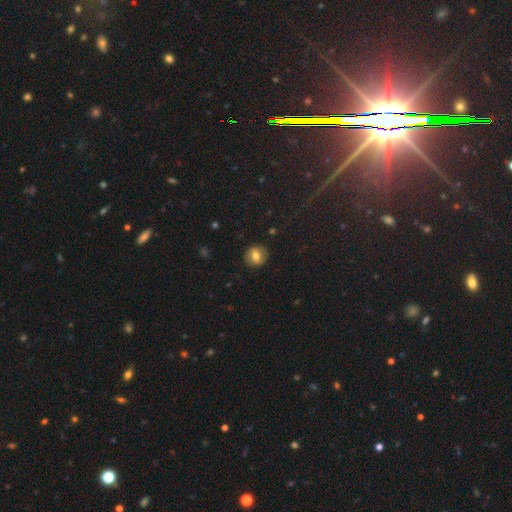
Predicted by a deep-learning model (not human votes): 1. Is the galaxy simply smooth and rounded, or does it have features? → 66% smooth, 24% featured or disk, 10% star or artifact.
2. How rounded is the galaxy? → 79% round, 20% in between, 1% cigar-shaped.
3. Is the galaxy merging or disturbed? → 86% none, 9% minor disturbance, 3% major disturbance, 1% merger.